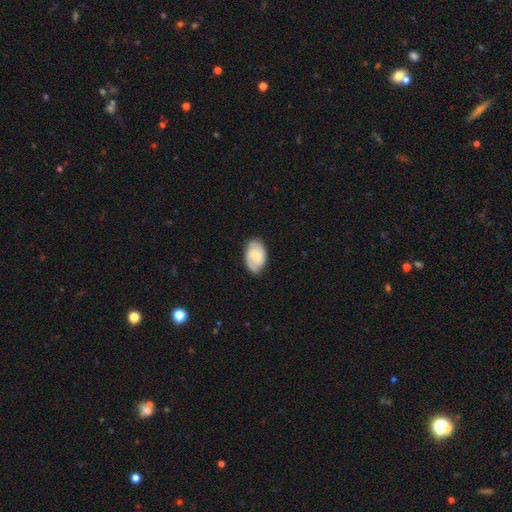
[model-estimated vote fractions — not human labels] The model was most divided on "smooth or featured": featured or disk: 49%, smooth: 45%, star or artifact: 6%. More confident: merging — none (75%).